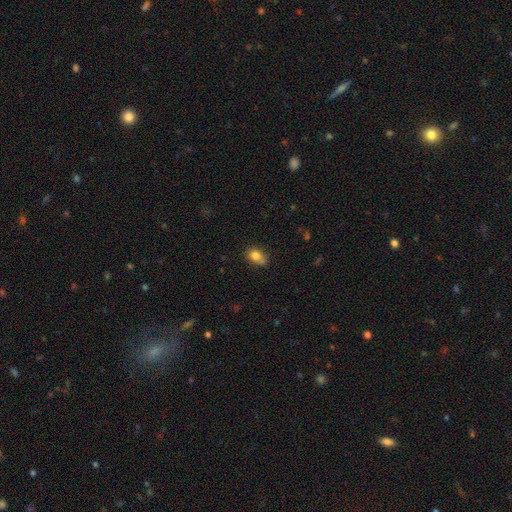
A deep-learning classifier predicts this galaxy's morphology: The model was most divided on "how rounded": in between: 58%, round: 41%, cigar-shaped: 1%. More confident: smooth or featured — smooth (79%); merging — none (54%).